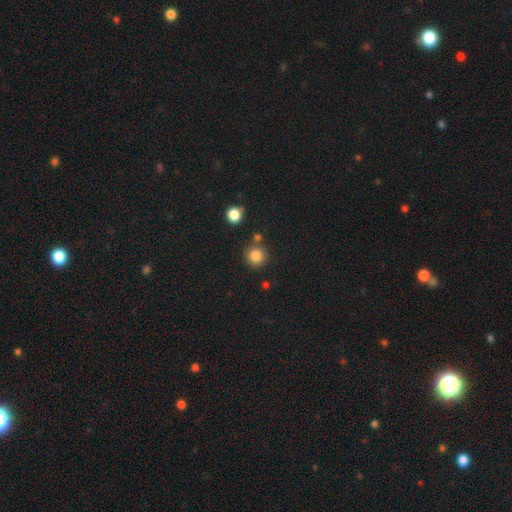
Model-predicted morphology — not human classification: This is clearly a smooth galaxy (84%). How rounded: clearly round (92%). Merging: clearly none (80%).